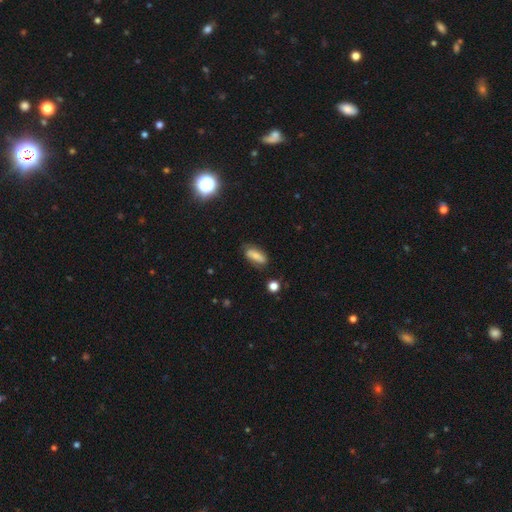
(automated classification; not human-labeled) A smooth galaxy with no disk features (71%) that is in between round and cigar-shaped (74%). Merging: none (71%).